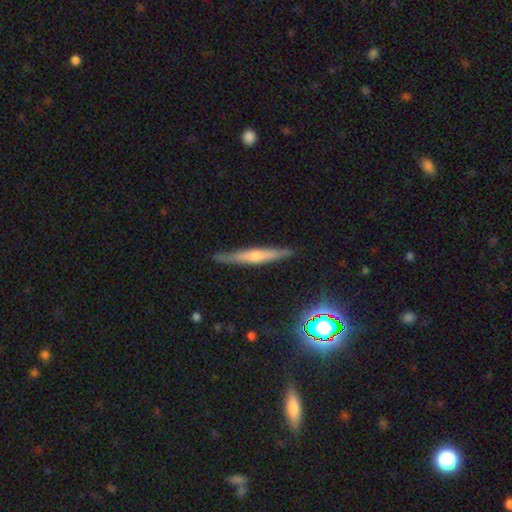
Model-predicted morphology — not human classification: Q: Smooth or featured?
A: featured or disk (59%); runner-up: smooth (28%)
Q: Edge-on disk?
A: yes (94%); runner-up: no (6%)
Q: Edge-on bulge?
A: rounded (70%); runner-up: none (22%)
Q: Merging?
A: none (87%); runner-up: minor disturbance (9%)